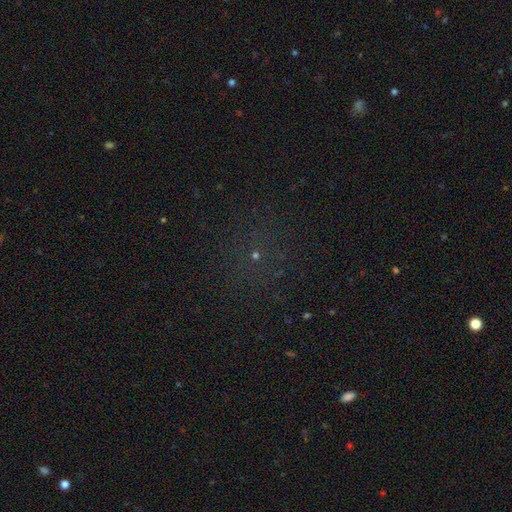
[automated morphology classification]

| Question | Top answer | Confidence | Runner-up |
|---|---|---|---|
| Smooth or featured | star or artifact | 57% | smooth (31%) |